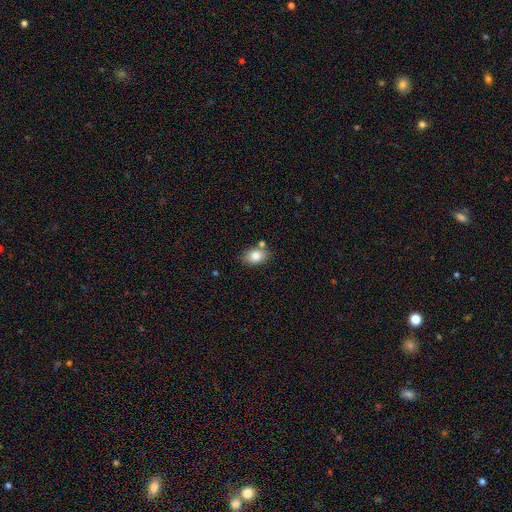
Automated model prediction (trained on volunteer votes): smooth-or-featured: smooth: 81% | featured or disk: 10% | star or artifact: 9%
  how-rounded: in between: 81% | round: 18% | cigar-shaped: 1%
  merging: none: 74% | minor disturbance: 14% | merger: 10% | major disturbance: 3%